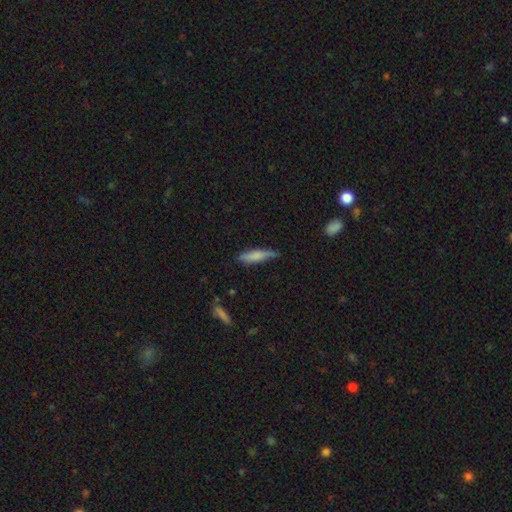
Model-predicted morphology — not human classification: A smooth galaxy with no disk features (74%) that is cigar-shaped (74%). Merging: none (58%).